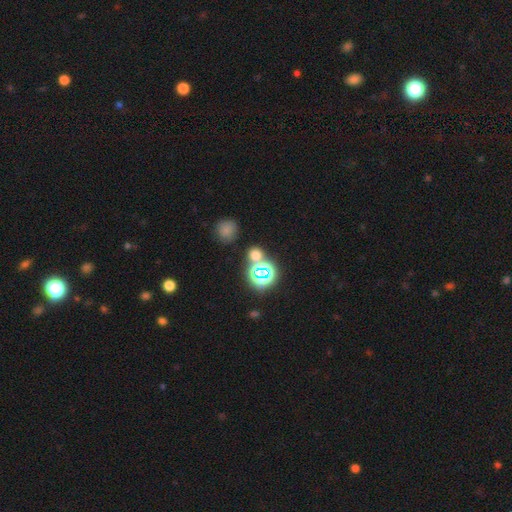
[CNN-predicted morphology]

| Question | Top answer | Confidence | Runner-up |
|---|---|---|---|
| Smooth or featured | smooth | 51% | star or artifact (42%) |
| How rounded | round | 77% | in between (21%) |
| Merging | none | 67% | merger (22%) |